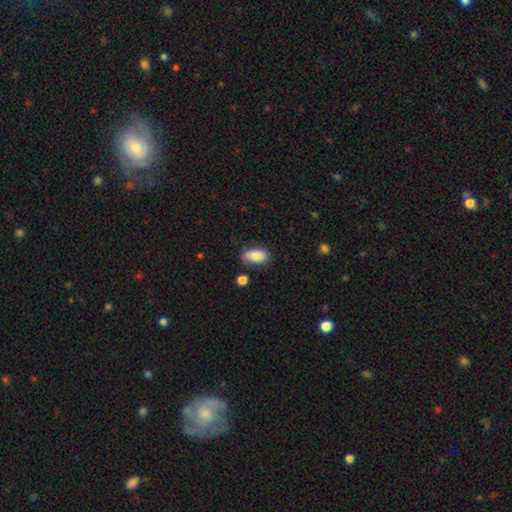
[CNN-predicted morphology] Smooth or featured? Predicted: smooth (p=0.82). How rounded? Predicted: in between (p=0.91). Merging? Predicted: none (p=0.65).